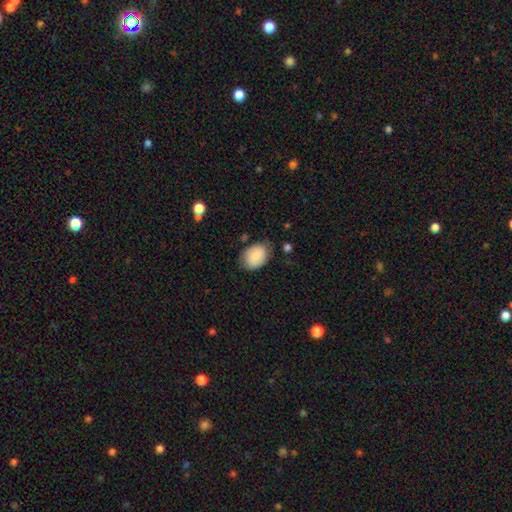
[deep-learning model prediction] A smooth galaxy with no disk features (81%) that is in between round and cigar-shaped (72%). Merging: none (70%).